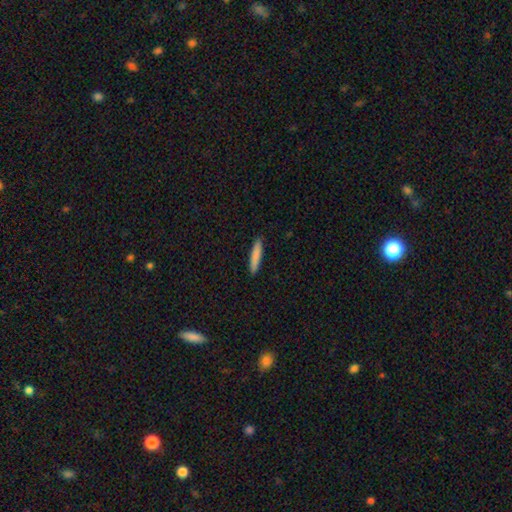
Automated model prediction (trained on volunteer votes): This is clearly a smooth galaxy (84%). How rounded: clearly cigar-shaped (91%). Merging: clearly none (91%).